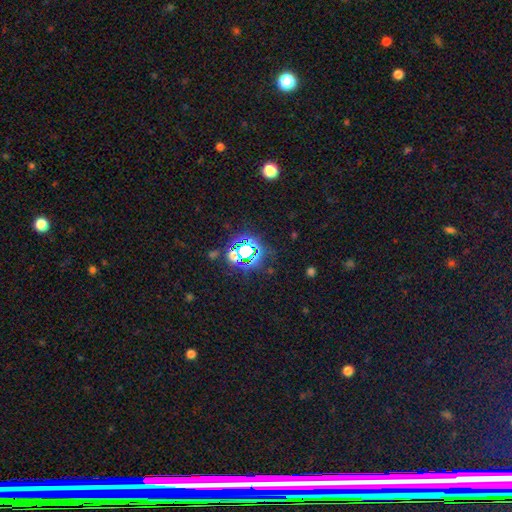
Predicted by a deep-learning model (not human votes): smooth-or-featured: star or artifact: 71% | smooth: 20% | featured or disk: 9%